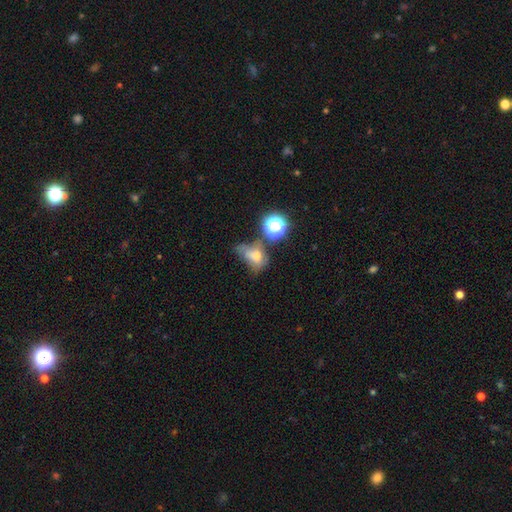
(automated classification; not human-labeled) This appears to be a smooth galaxy with no disk features (54%) that is in between round and cigar-shaped (59%). Merging: major disturbance (28%).